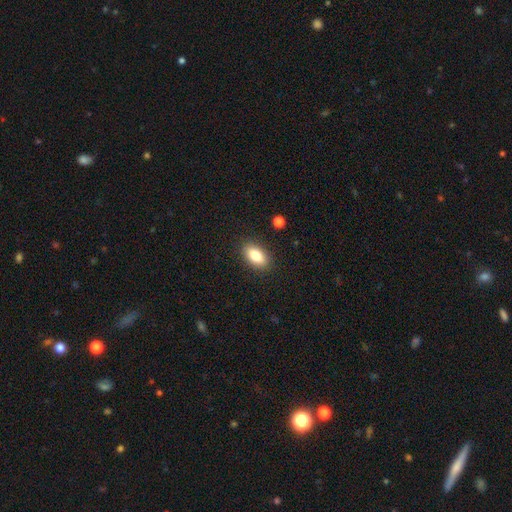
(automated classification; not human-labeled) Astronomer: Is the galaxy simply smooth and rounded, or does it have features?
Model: smooth — 83%.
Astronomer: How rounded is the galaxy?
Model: in between — 90%.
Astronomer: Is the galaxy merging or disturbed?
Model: none — 88%.